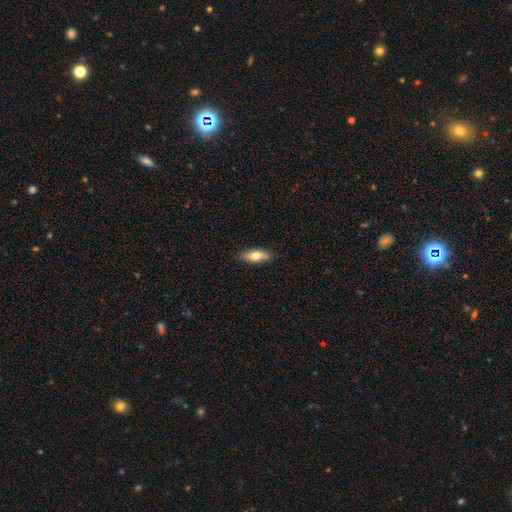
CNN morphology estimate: Smooth or featured: smooth — 72% (featured or disk — 22%)
How rounded: in between — 74% (cigar-shaped — 24%)
Merging: none — 85% (minor disturbance — 12%)